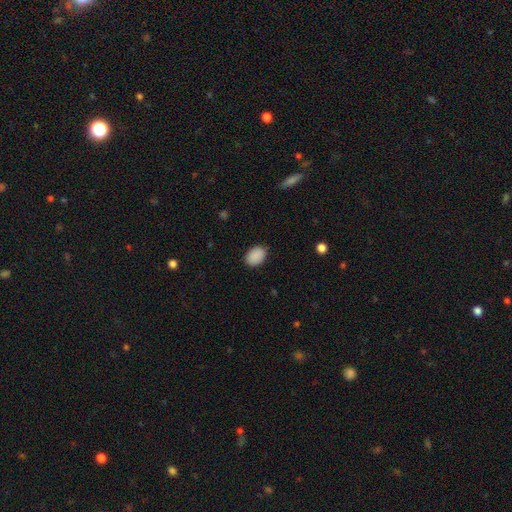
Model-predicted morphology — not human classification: Smooth or featured? Predicted: smooth (p=0.89). How rounded? Predicted: in between (p=0.75). Merging? Predicted: none (p=0.86).